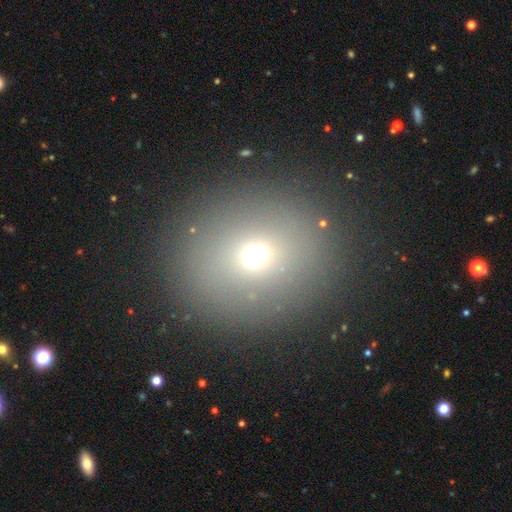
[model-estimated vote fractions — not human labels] This appears to be a smooth galaxy with no disk features (65%) that is round (73%). Merging: none (85%).